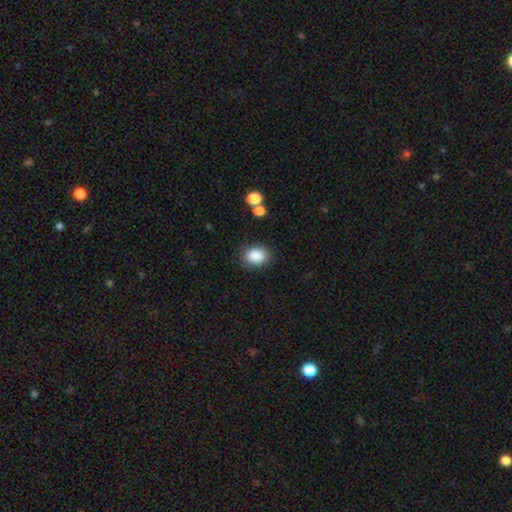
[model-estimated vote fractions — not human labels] smooth-or-featured: smooth: 88% | star or artifact: 9% | featured or disk: 4%
  how-rounded: in between: 58% | round: 41% | cigar-shaped: 1%
  merging: none: 84% | minor disturbance: 11% | major disturbance: 3% | merger: 2%